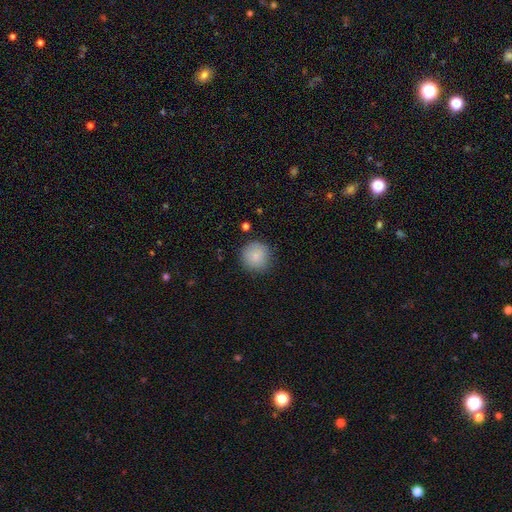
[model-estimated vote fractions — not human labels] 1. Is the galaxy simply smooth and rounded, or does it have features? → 84% smooth, 9% star or artifact, 7% featured or disk.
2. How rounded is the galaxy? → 94% round, 5% in between, 1% cigar-shaped.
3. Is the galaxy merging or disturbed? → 85% none, 11% minor disturbance, 3% major disturbance, 2% merger.